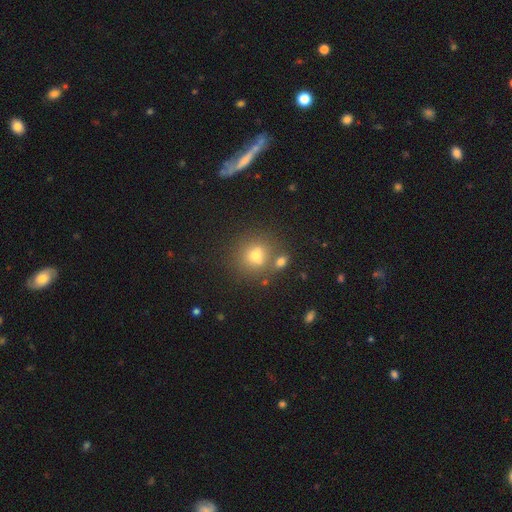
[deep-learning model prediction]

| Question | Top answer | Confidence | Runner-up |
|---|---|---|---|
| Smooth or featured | smooth | 66% | star or artifact (18%) |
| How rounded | round | 83% | in between (16%) |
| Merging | none | 62% | merger (23%) |